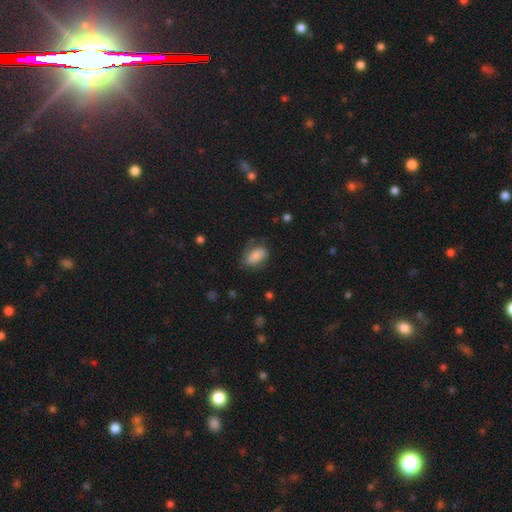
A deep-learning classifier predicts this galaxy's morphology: smooth 73%, featured or disk 19%, star or artifact 8%. Down the decision tree: how rounded — in between (90%); merging — none (54%).